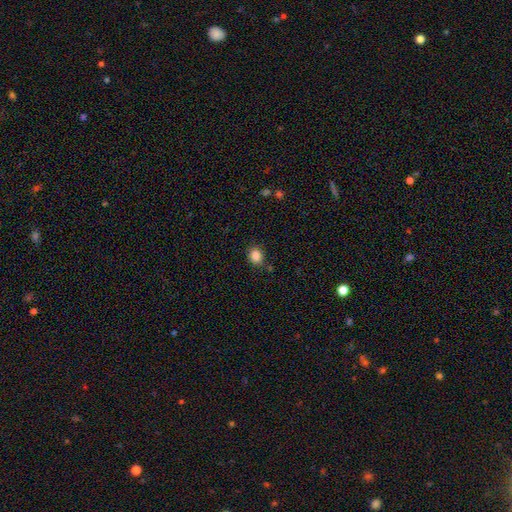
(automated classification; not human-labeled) The model was most divided on "how rounded": round: 62%, in between: 37%, cigar-shaped: 1%. More confident: smooth or featured — smooth (86%); merging — none (80%).